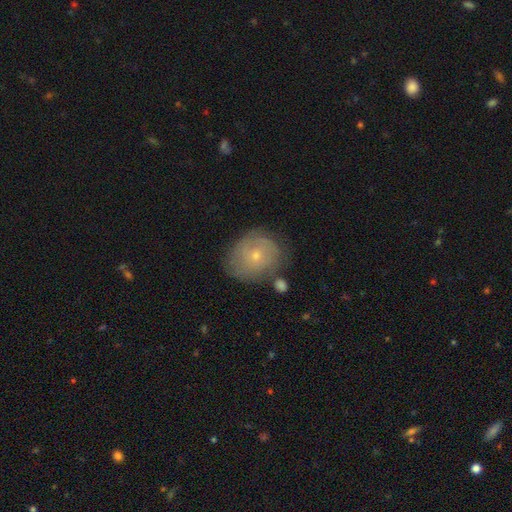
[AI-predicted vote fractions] featured or disk 49%, smooth 43%, star or artifact 8%. Down the decision tree: merging — none (68%).